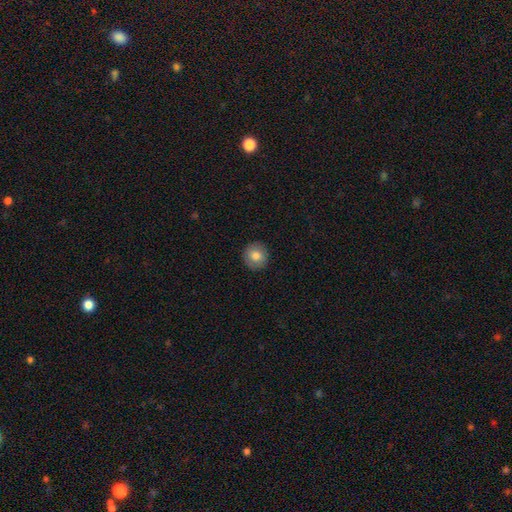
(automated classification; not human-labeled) This is clearly a smooth galaxy (81%). How rounded: clearly round (92%). Merging: clearly none (91%).